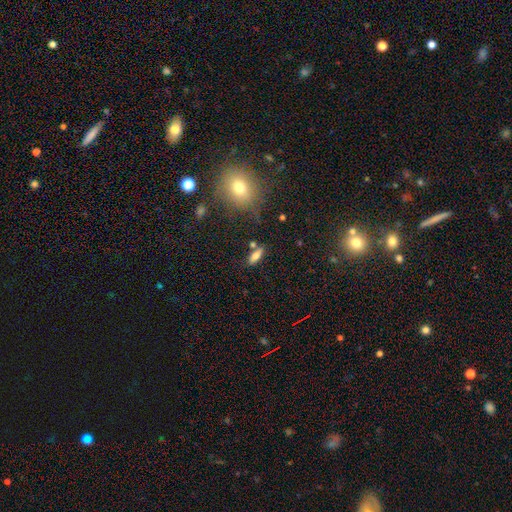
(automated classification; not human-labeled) smooth-or-featured: smooth: 71% | featured or disk: 19% | star or artifact: 10%
  how-rounded: in between: 61% | cigar-shaped: 35% | round: 4%
  merging: none: 73% | minor disturbance: 13% | merger: 10% | major disturbance: 4%